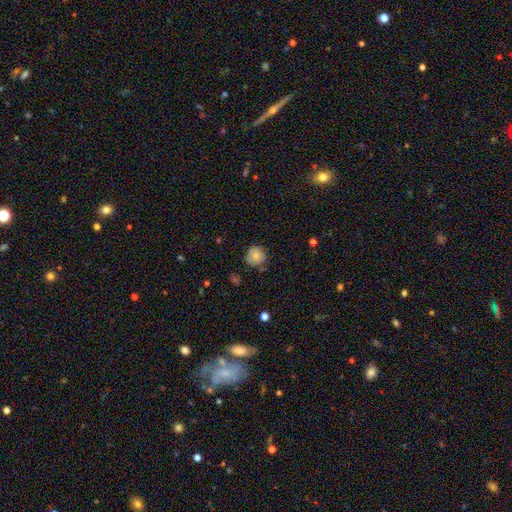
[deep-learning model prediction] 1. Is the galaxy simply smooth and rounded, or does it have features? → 77% smooth, 13% featured or disk, 10% star or artifact.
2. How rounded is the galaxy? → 90% round, 9% in between, 1% cigar-shaped.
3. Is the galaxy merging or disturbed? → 73% none, 21% minor disturbance, 4% major disturbance, 2% merger.